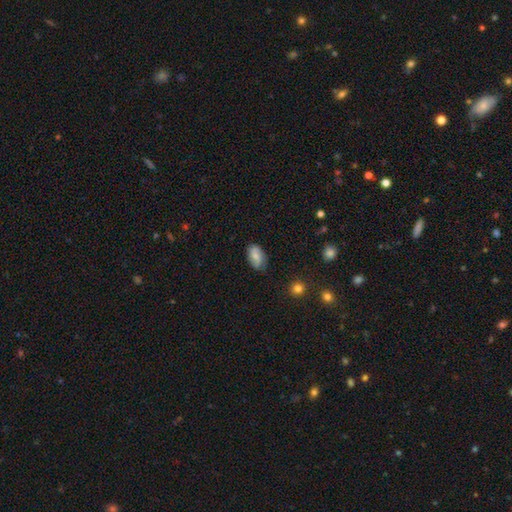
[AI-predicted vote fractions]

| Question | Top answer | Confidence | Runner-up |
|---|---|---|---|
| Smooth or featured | smooth | 72% | featured or disk (20%) |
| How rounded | in between | 92% | round (5%) |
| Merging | none | 73% | minor disturbance (21%) |